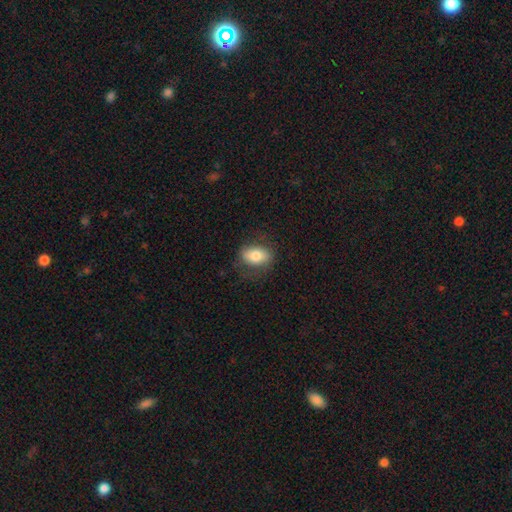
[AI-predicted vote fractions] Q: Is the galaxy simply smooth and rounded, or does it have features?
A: smooth — 76%.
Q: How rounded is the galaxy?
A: in between — 85%.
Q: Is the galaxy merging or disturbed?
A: none — 76%.